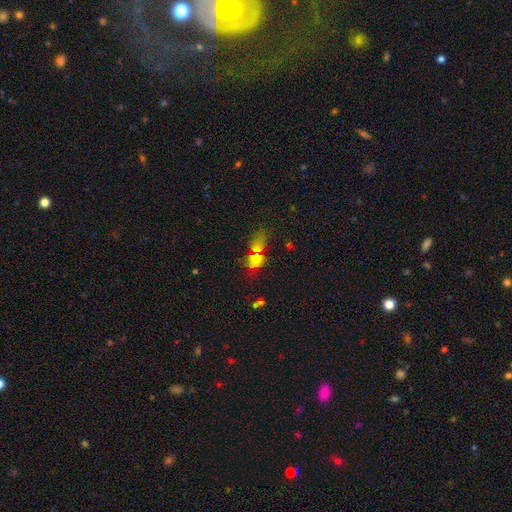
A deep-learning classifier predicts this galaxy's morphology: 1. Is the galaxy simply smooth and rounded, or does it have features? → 60% smooth, 25% star or artifact, 15% featured or disk.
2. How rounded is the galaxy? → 71% in between, 15% cigar-shaped, 14% round.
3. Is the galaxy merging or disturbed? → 44% none, 20% minor disturbance, 19% major disturbance, 18% merger.